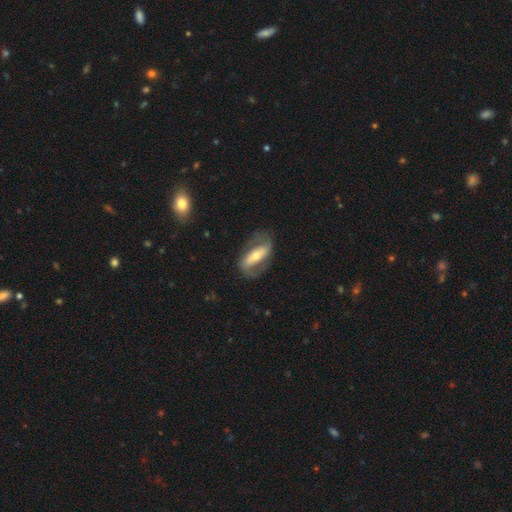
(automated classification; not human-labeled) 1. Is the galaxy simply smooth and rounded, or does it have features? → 75% featured or disk, 19% smooth, 5% star or artifact.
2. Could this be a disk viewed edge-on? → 89% no, 11% yes.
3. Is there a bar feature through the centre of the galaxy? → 63% strong, 20% weak, 17% no.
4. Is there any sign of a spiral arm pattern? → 81% yes, 19% no.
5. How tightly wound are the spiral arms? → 43% medium, 32% loose, 26% tight.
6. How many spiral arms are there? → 85% 2, 8% can't tell, 4% 1, 1% 3, 1% 4, 1% more than 4.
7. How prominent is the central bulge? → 52% moderate, 39% small, 6% large, 2% none, 1% dominant.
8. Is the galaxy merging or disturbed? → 71% none, 16% minor disturbance, 11% major disturbance, 2% merger.